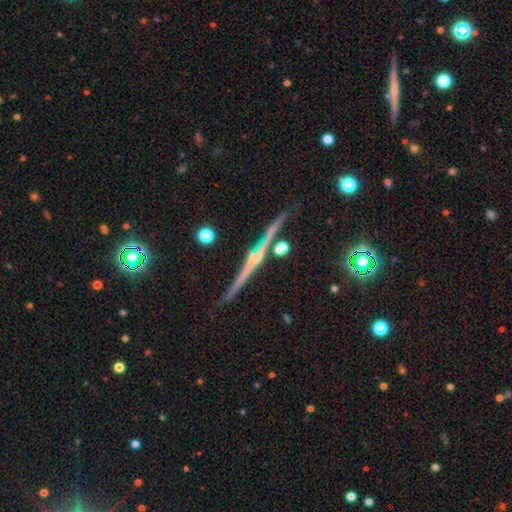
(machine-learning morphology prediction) Smooth or featured?
  - featured or disk: 85% *
  - star or artifact: 8%
  - smooth: 7%
Edge-on disk?
  - yes: 98% *
  - no: 2%
Edge-on bulge?
  - rounded: 83% *
  - none: 11%
  - boxy: 5%
Merging?
  - none: 86% *
  - minor disturbance: 8%
  - merger: 4%
  - major disturbance: 2%